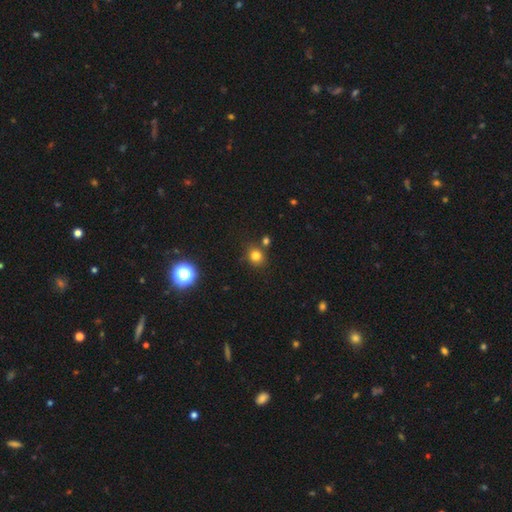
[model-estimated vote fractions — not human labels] This is likely a smooth galaxy (78%). How rounded: clearly round (83%). Merging: likely none (75%).